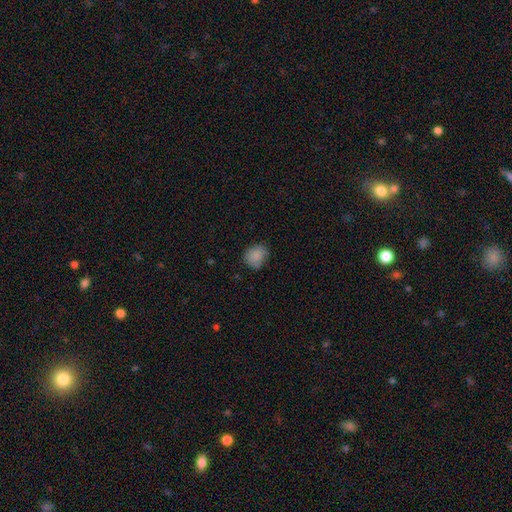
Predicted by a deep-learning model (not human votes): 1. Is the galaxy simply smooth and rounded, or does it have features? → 85% smooth, 9% star or artifact, 6% featured or disk.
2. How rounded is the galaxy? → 61% round, 38% in between, 1% cigar-shaped.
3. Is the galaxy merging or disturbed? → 71% none, 23% minor disturbance, 5% major disturbance, 2% merger.